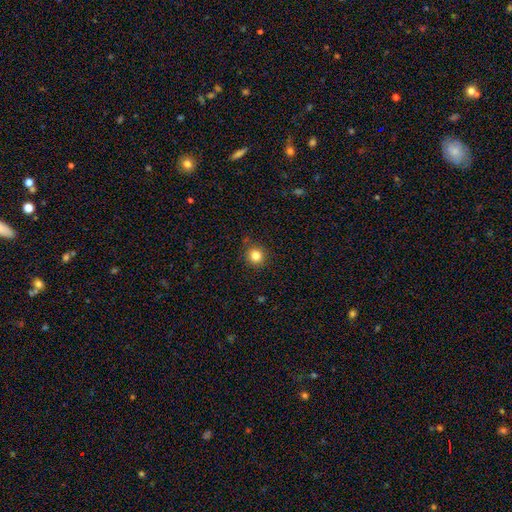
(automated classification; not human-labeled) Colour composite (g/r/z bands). It shows a smooth galaxy with no disk features (83%) that is round (91%). Merging: none (87%).